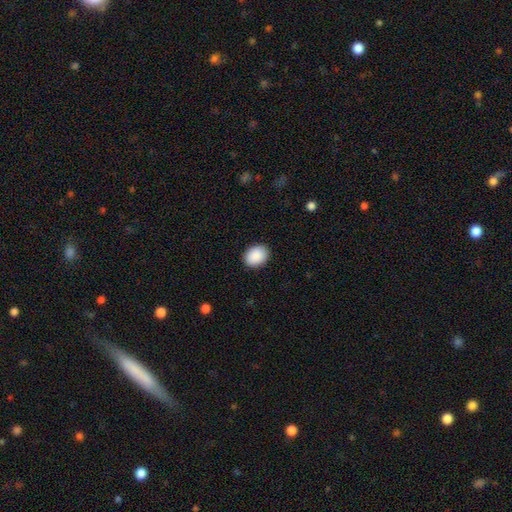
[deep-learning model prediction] This appears to be a smooth galaxy with no disk features (91%) that is in between round and cigar-shaped (60%). Merging: none (89%).